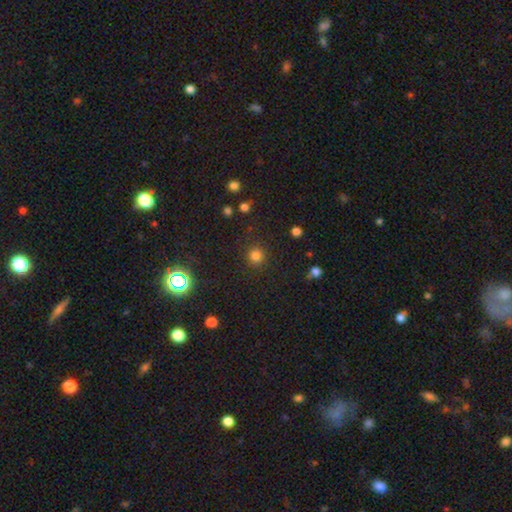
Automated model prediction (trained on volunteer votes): smooth 77%, star or artifact 18%, featured or disk 5%. Down the decision tree: how rounded — round (93%); merging — none (87%).